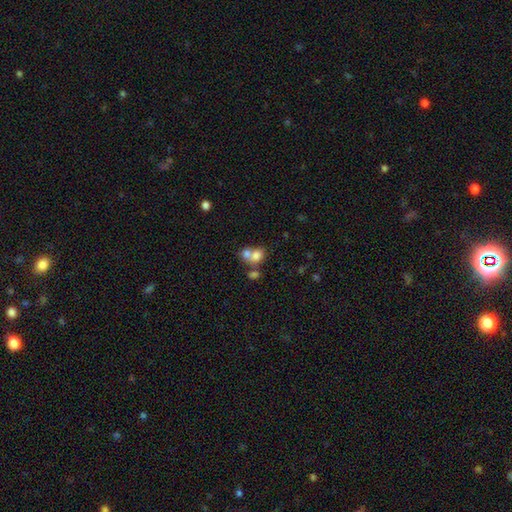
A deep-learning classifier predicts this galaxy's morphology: The model was most divided on "how rounded": round: 55%, in between: 44%, cigar-shaped: 1%. More confident: smooth or featured — smooth (73%); merging — merger (59%).